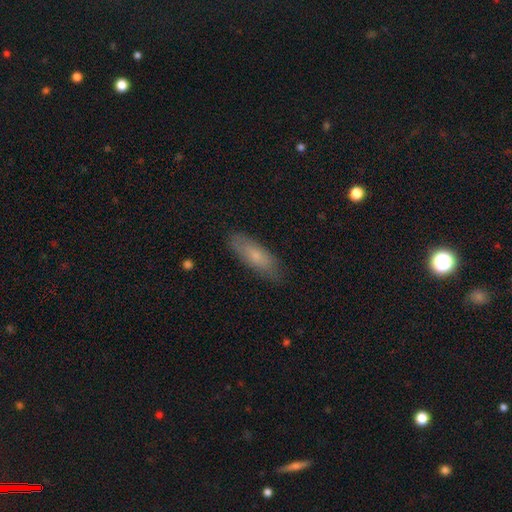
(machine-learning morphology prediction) Smooth or featured?
  - smooth: 72% *
  - featured or disk: 22%
  - star or artifact: 6%
How rounded?
  - in between: 51% *
  - cigar-shaped: 47%
  - round: 2%
Merging?
  - none: 83% *
  - minor disturbance: 13%
  - major disturbance: 3%
  - merger: 1%